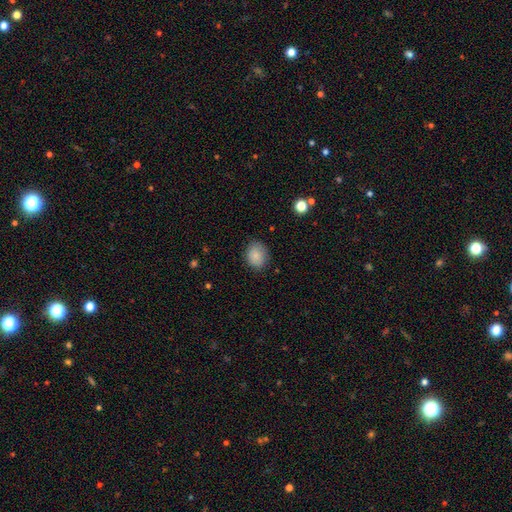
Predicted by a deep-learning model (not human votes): smooth 86%, star or artifact 8%, featured or disk 6%. Down the decision tree: how rounded — round (55%); merging — none (81%).